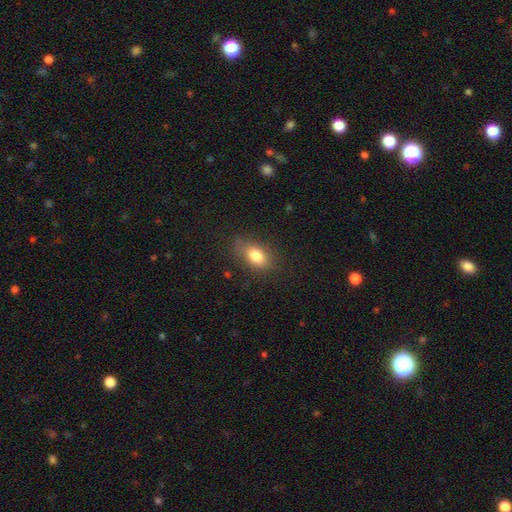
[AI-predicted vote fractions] Q: Smooth or featured?
A: smooth (81%); runner-up: featured or disk (10%)
Q: How rounded?
A: in between (84%); runner-up: round (12%)
Q: Merging?
A: none (74%); runner-up: minor disturbance (18%)